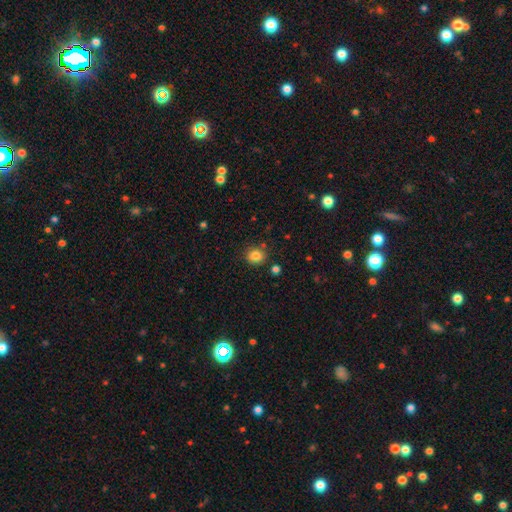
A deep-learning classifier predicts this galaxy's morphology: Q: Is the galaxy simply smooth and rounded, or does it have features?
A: smooth — 83%.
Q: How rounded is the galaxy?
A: round — 76%.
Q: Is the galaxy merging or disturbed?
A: none — 84%.